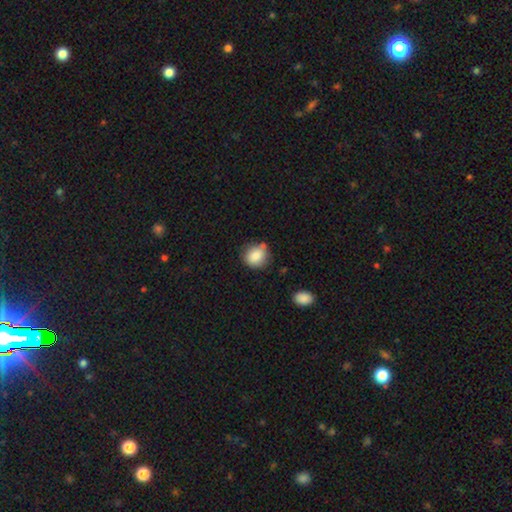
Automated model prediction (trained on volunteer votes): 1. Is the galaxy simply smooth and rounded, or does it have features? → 85% smooth, 8% star or artifact, 7% featured or disk.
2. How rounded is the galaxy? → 77% round, 22% in between, 1% cigar-shaped.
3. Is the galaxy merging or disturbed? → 68% none, 20% minor disturbance, 8% merger, 4% major disturbance.